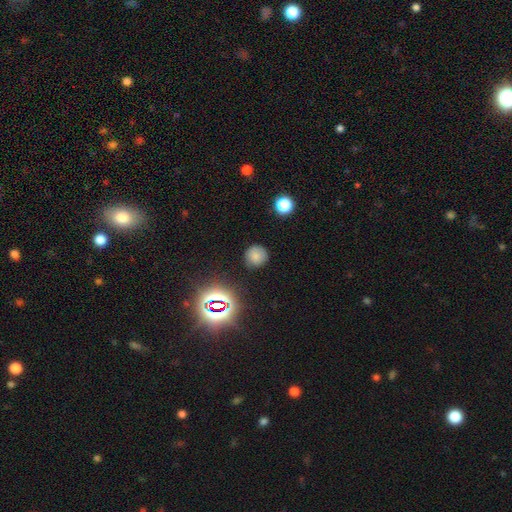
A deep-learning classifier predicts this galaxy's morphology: type=smooth (73%); roundness=round (92%); merging=none (85%).